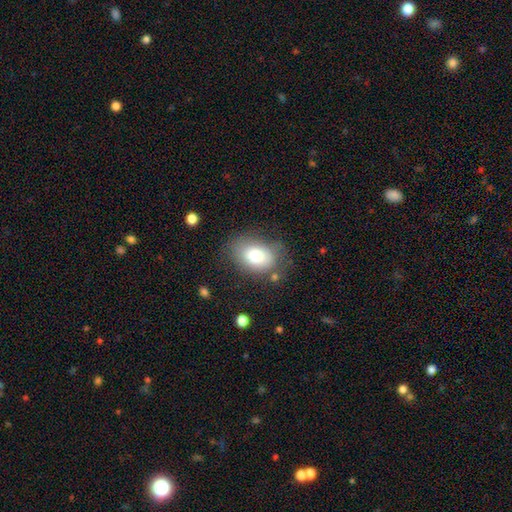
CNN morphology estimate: Q: Smooth or featured?
A: smooth (75%); runner-up: featured or disk (15%)
Q: How rounded?
A: in between (73%); runner-up: round (26%)
Q: Merging?
A: none (68%); runner-up: minor disturbance (20%)